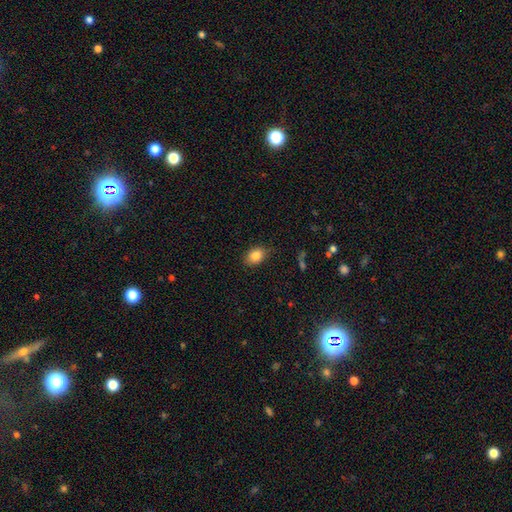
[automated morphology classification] The model was most divided on "how rounded": in between: 79%, round: 19%, cigar-shaped: 1%. More confident: smooth or featured — smooth (86%); merging — none (81%).